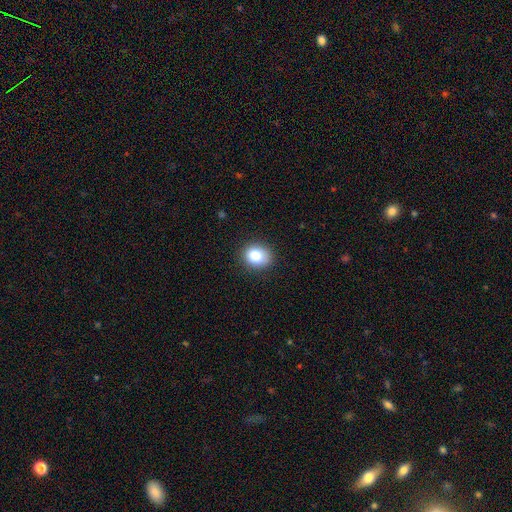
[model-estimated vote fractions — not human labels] Smooth or featured? smooth (86%)
How rounded? round (56%)
Merging? none (84%)